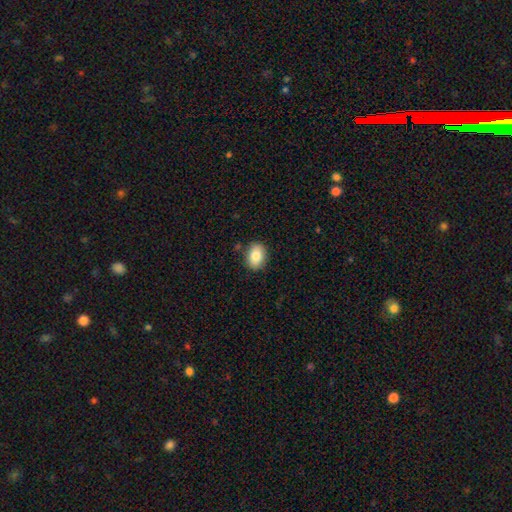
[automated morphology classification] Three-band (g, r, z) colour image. It shows a smooth galaxy with no disk features (82%) that is in between round and cigar-shaped (72%). Merging: none (86%).